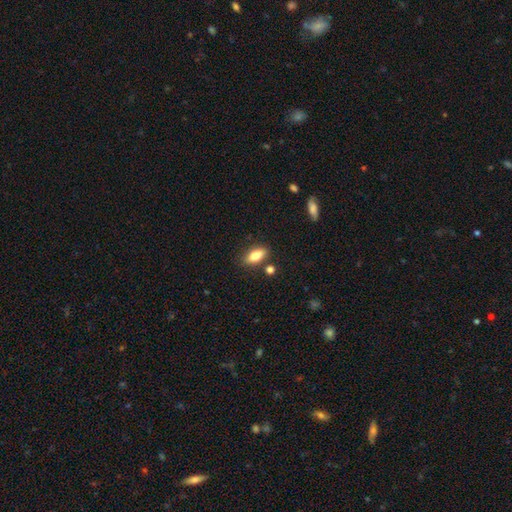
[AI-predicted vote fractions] This is likely a smooth galaxy (79%). How rounded: clearly in between (84%). Merging: clearly none (81%).